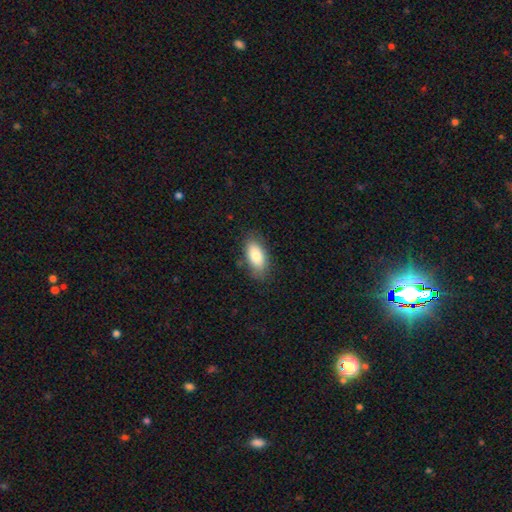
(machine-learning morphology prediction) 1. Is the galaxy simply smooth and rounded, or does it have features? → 81% smooth, 12% featured or disk, 7% star or artifact.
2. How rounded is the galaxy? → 90% in between, 7% cigar-shaped, 3% round.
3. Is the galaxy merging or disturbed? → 81% none, 14% minor disturbance, 4% major disturbance, 1% merger.